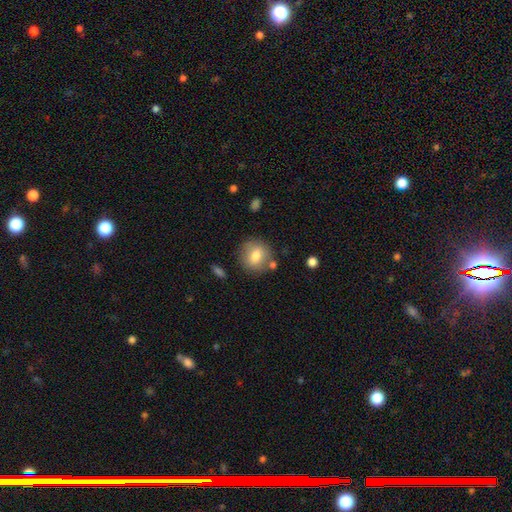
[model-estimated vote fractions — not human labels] Q: Smooth or featured?
A: smooth (74%); runner-up: featured or disk (18%)
Q: How rounded?
A: round (80%); runner-up: in between (19%)
Q: Merging?
A: none (78%); runner-up: minor disturbance (12%)